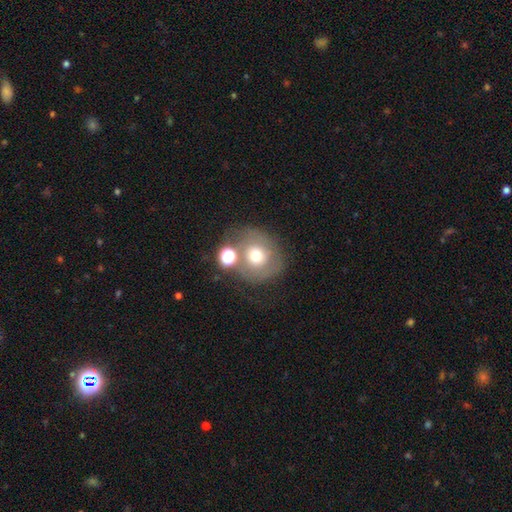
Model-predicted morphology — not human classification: A smooth galaxy with no disk features (55%) that is round (82%).

Vote fractions:
- Smooth or featured? smooth: 55% / featured or disk: 32% / star or artifact: 13%
- How rounded? round: 82% / in between: 17% / cigar-shaped: 1%
- Merging? none: 53% / merger: 21% / minor disturbance: 16% / major disturbance: 10%